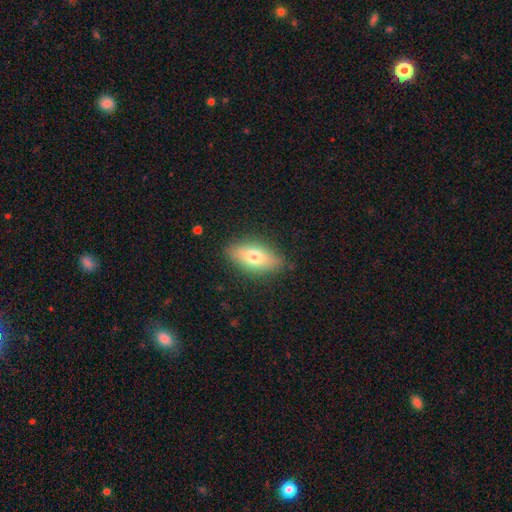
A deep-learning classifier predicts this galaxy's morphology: The model was most divided on "smooth or featured": smooth: 66%, featured or disk: 27%, star or artifact: 7%. More confident: merging — none (86%); how rounded — in between (81%).